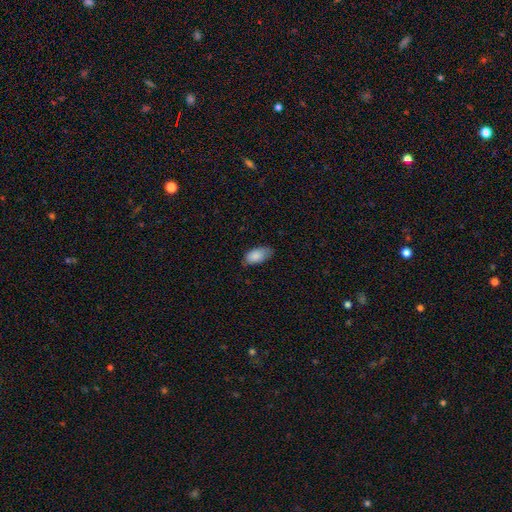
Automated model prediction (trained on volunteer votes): Smooth or featured? smooth (87%)
How rounded? in between (93%)
Merging? none (67%)